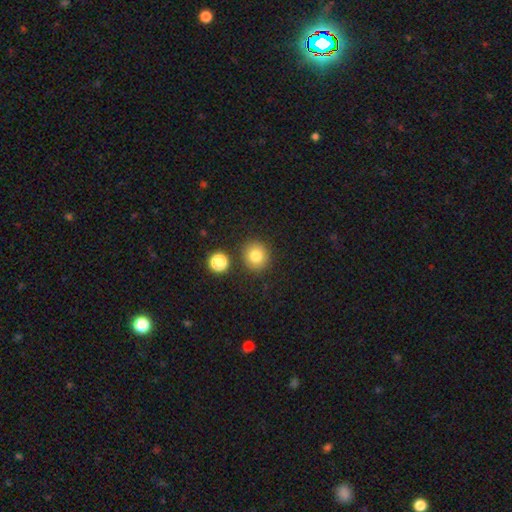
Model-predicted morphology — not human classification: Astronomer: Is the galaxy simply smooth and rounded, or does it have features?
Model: smooth — 81%.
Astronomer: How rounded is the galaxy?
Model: round — 89%.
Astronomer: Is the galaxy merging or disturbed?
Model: none — 86%.